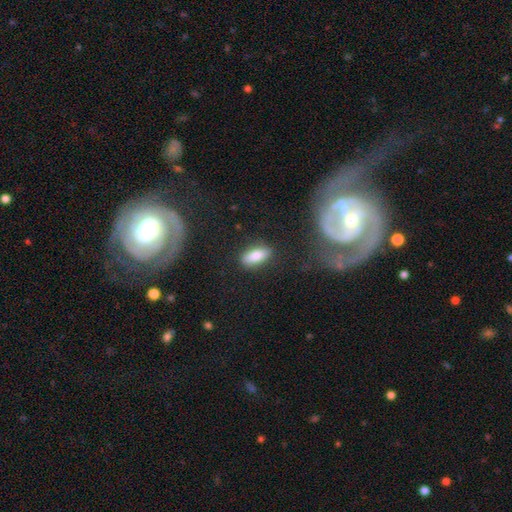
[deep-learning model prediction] Morphology: type=smooth (79%); roundness=in between (77%); merging=none (84%).